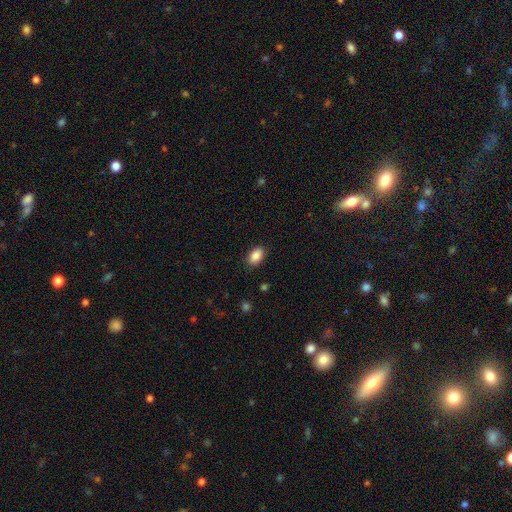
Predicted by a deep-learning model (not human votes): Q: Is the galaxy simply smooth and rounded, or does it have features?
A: smooth — 88%.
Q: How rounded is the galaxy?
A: in between — 90%.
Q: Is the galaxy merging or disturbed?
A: none — 87%.